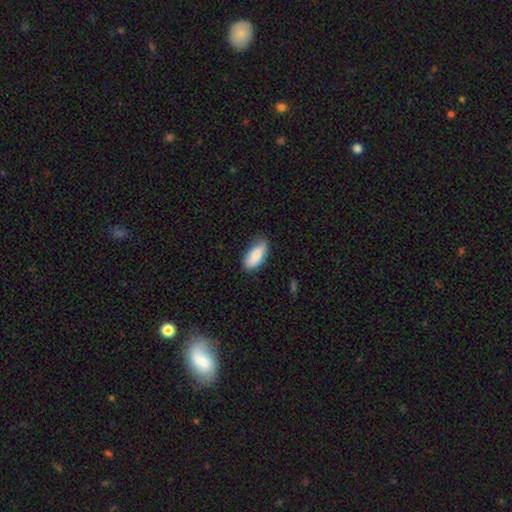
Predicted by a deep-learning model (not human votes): Smooth or featured? smooth (87%)
How rounded? in between (87%)
Merging? none (67%)